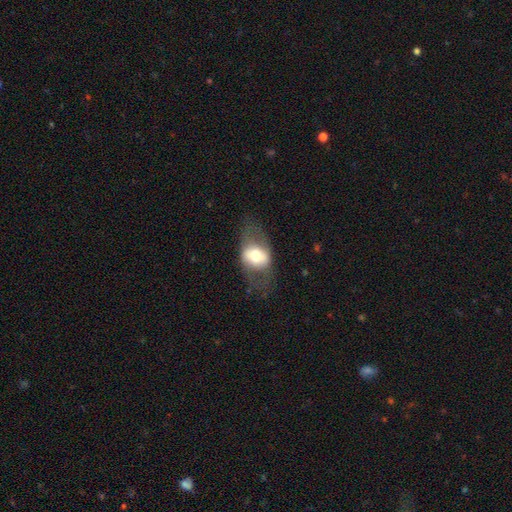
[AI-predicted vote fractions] This is possibly a smooth galaxy (47%). Merging: likely none (66%).